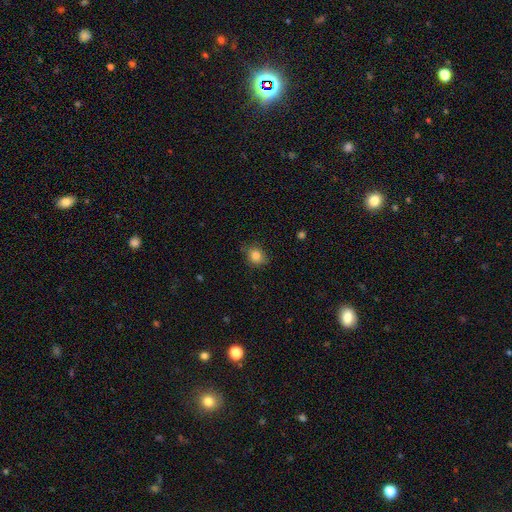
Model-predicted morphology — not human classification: Smooth or featured: smooth — 83% (star or artifact — 10%)
How rounded: round — 71% (in between — 28%)
Merging: none — 77% (minor disturbance — 18%)